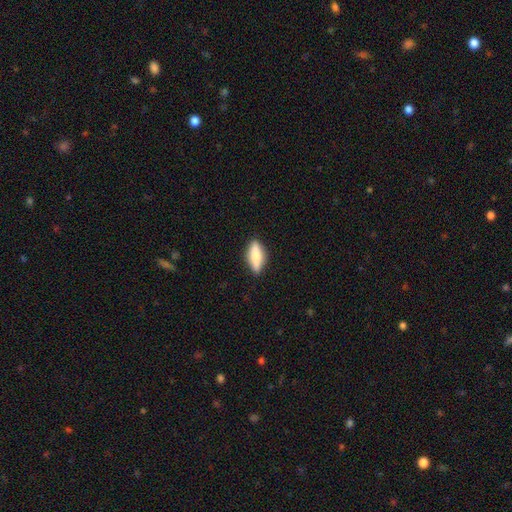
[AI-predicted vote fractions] Morphology: type=smooth (69%); roundness=in between (55%); merging=none (86%).